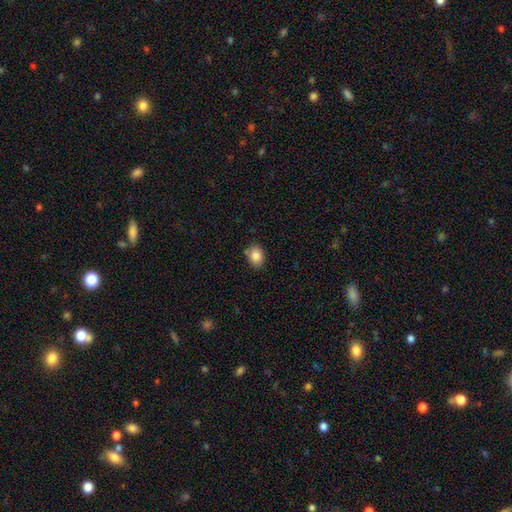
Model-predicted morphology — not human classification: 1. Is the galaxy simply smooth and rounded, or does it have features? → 84% smooth, 9% star or artifact, 7% featured or disk.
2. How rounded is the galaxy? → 65% in between, 34% round, 1% cigar-shaped.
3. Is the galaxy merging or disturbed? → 78% none, 14% minor disturbance, 5% merger, 3% major disturbance.